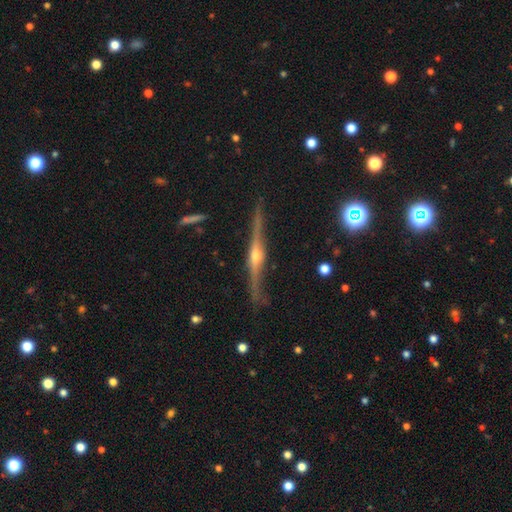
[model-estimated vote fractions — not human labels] featured or disk 87%, smooth 8%, star or artifact 6%. Down the decision tree: edge-on disk — yes (98%); edge-on bulge — rounded (90%); merging — none (85%).